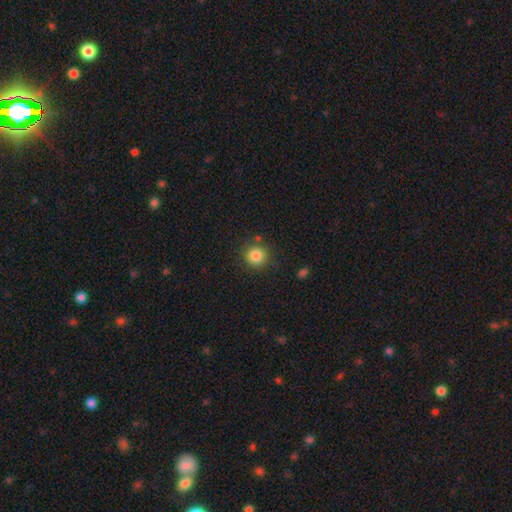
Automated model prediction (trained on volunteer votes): Morphology: type=smooth (84%); roundness=round (93%); merging=none (83%).